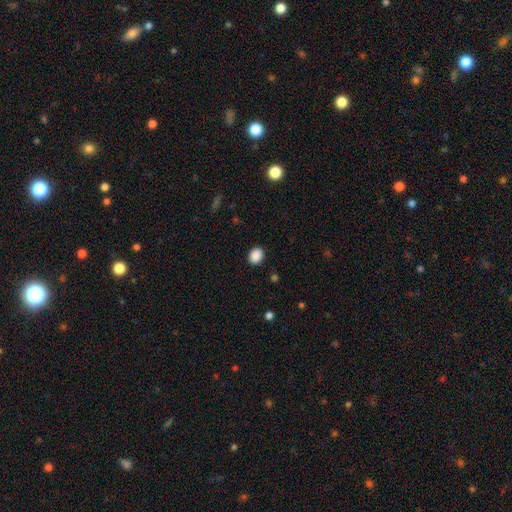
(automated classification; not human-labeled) This appears to be a smooth galaxy with no disk features (89%) that is round (53%). Merging: none (90%).